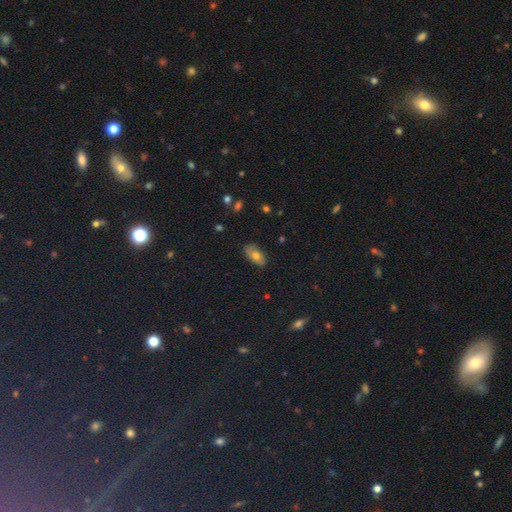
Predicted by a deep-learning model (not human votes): Smooth or featured: smooth — 65% (star or artifact — 19%)
How rounded: in between — 89% (round — 6%)
Merging: none — 82% (minor disturbance — 14%)